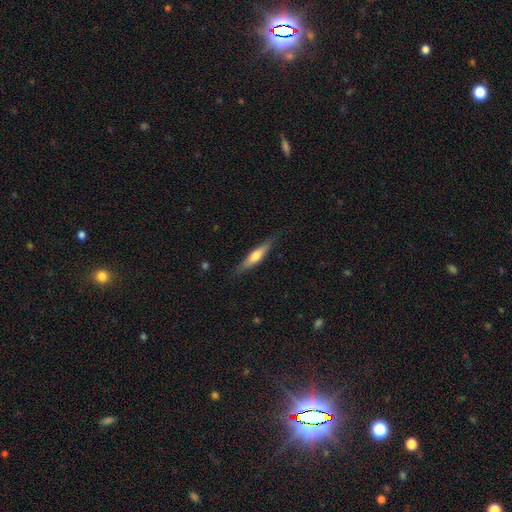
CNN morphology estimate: A smooth galaxy with no disk features (52%) that is cigar-shaped (83%).

Vote fractions:
- Smooth or featured? smooth: 52% / featured or disk: 42% / star or artifact: 6%
- How rounded? cigar-shaped: 83% / in between: 16% / round: 2%
- Merging? none: 85% / minor disturbance: 12% / major disturbance: 2% / merger: 1%